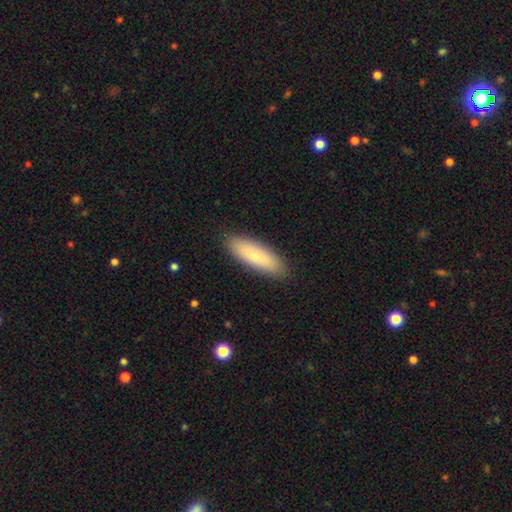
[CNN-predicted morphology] A smooth galaxy with no disk features (80%) that is in between round and cigar-shaped (51%). Merging: none (89%).